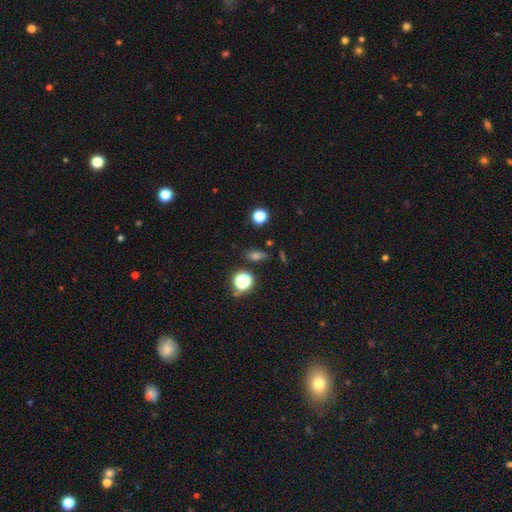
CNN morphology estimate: Smooth or featured? smooth (57%)
How rounded? in between (58%)
Merging? none (80%)